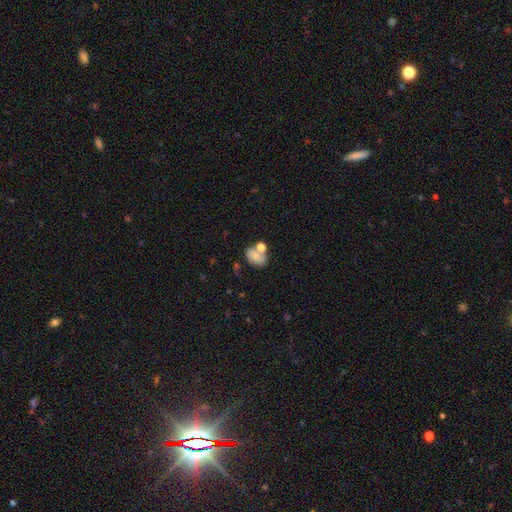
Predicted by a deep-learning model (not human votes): The model was most divided on "merging": none: 42%, merger: 34%, minor disturbance: 17%, major disturbance: 7%. More confident: how rounded — in between (73%); smooth or featured — smooth (65%).